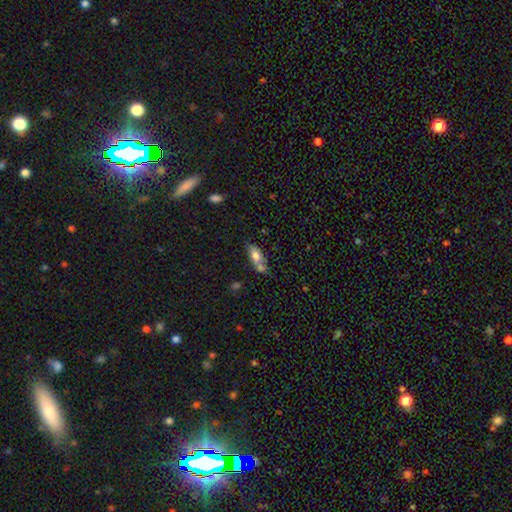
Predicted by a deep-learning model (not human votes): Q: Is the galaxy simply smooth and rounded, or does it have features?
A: smooth — 70%.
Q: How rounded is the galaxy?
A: in between — 78%.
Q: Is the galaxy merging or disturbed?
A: merger — 44%.